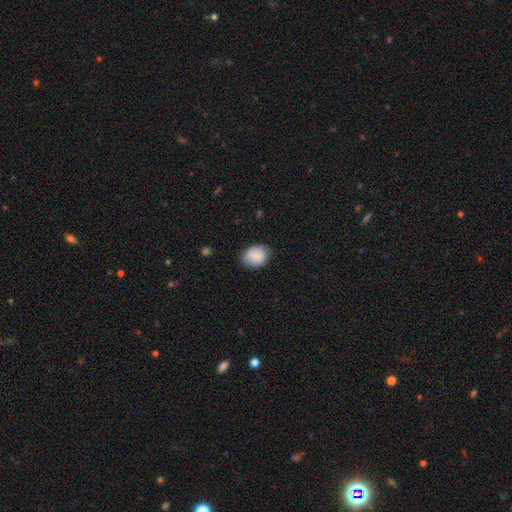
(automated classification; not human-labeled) This is likely a smooth galaxy (75%). How rounded: possibly in between (60%). Merging: likely none (77%).